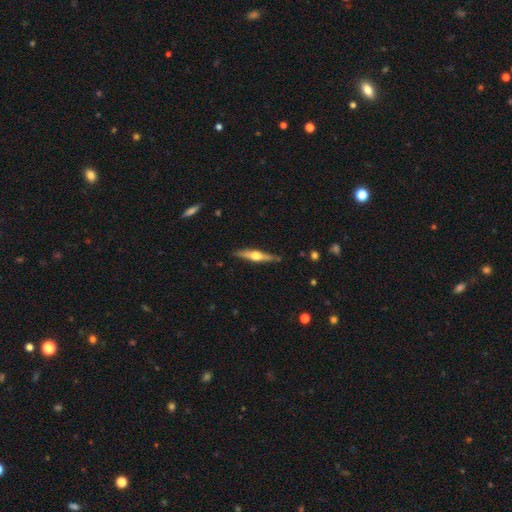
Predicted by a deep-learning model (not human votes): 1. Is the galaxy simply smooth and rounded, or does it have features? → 69% featured or disk, 26% smooth, 5% star or artifact.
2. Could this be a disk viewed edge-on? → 97% yes, 3% no.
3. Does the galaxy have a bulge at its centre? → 92% rounded, 6% boxy, 2% none.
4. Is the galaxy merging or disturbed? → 86% none, 10% minor disturbance, 2% major disturbance, 1% merger.